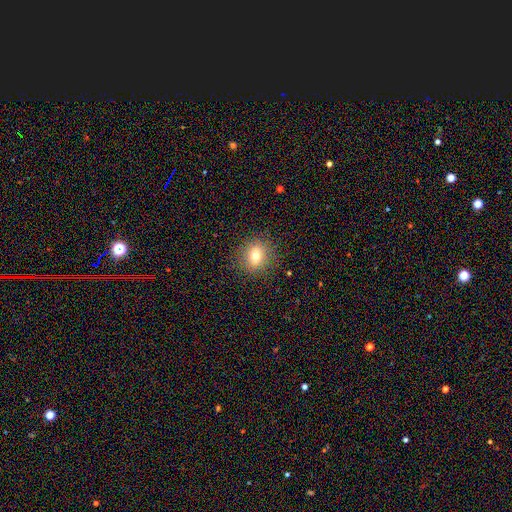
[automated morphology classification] A smooth galaxy with no disk features (72%) that is round (79%). Merging: none (88%).